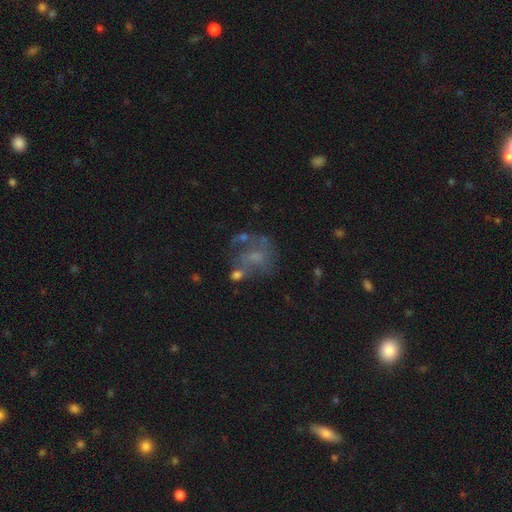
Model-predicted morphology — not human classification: This is possibly a featured or disk galaxy (54%). It is clearly not viewed edge-on (98%). Bar: likely no (72%). Spiral arm pattern: possibly no (54%). Central bulge: marginally none (35%, tied with small). Merging: marginally none (36%).